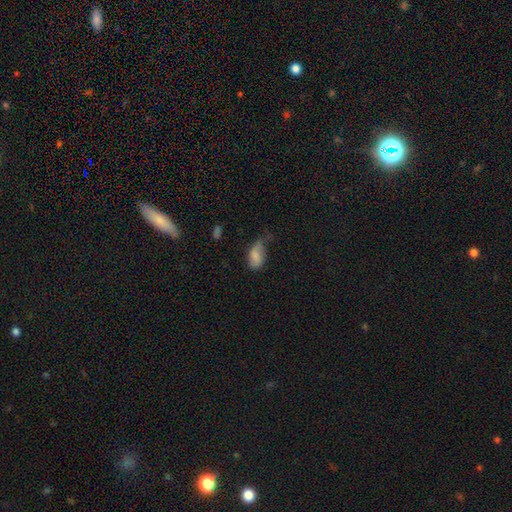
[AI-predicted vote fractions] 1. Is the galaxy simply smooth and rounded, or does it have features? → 75% smooth, 16% featured or disk, 9% star or artifact.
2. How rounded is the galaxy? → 91% in between, 6% round, 3% cigar-shaped.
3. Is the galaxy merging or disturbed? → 39% minor disturbance, 30% none, 27% major disturbance, 3% merger.